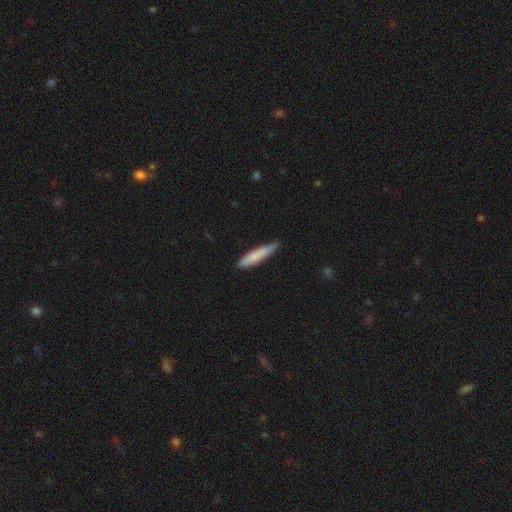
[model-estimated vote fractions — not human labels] Overall: smooth (78%). How rounded: cigar-shaped (88%). Merging: none (72%).